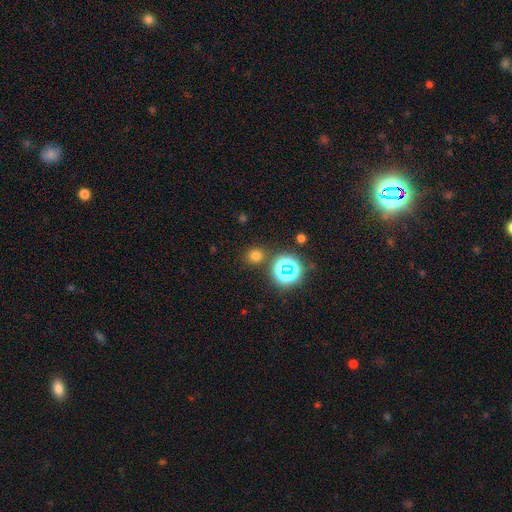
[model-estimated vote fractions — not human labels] Smooth or featured? smooth (68%)
How rounded? round (88%)
Merging? none (84%)